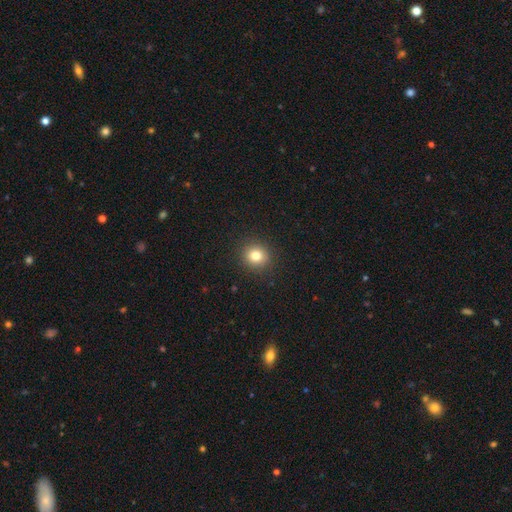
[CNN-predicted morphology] Q: Smooth or featured?
A: smooth (80%); runner-up: star or artifact (12%)
Q: How rounded?
A: round (89%); runner-up: in between (10%)
Q: Merging?
A: none (91%); runner-up: minor disturbance (6%)